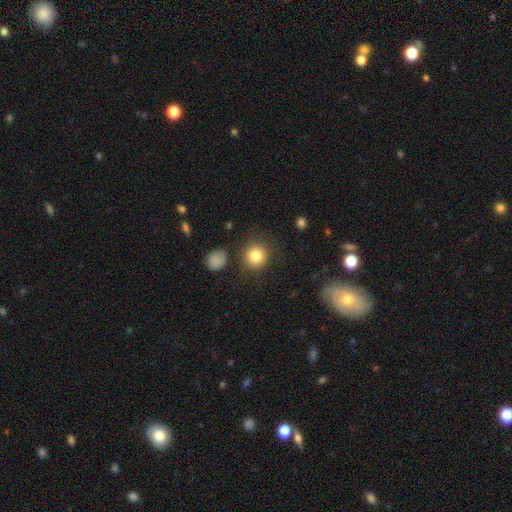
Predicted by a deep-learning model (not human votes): Morphology: type=smooth (83%); roundness=round (90%); merging=none (80%).